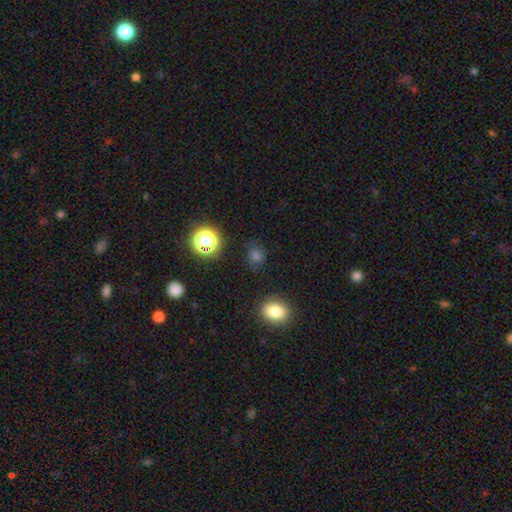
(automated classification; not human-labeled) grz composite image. It shows a smooth galaxy with no disk features (67%) that is round (71%). Merging: none (80%).